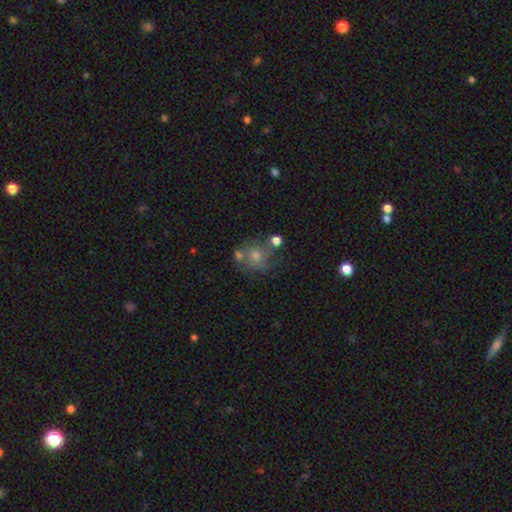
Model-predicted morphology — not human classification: smooth 56%, featured or disk 26%, star or artifact 18%. Down the decision tree: how rounded — round (82%); merging — none (57%).